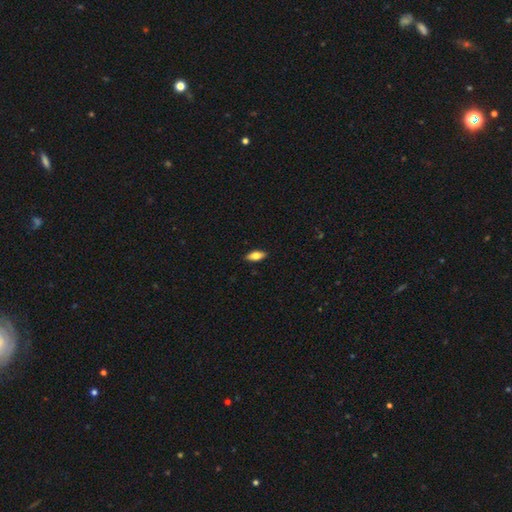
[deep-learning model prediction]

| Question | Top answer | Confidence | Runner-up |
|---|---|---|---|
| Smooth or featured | smooth | 73% | featured or disk (20%) |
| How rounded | in between | 83% | cigar-shaped (15%) |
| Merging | none | 90% | minor disturbance (8%) |